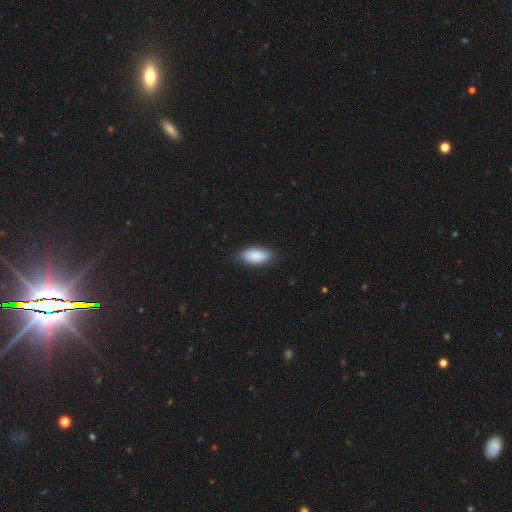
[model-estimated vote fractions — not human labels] A smooth galaxy with no disk features (89%) that is in between round and cigar-shaped (90%).

Vote fractions:
- Smooth or featured? smooth: 89% / star or artifact: 6% / featured or disk: 6%
- How rounded? in between: 90% / cigar-shaped: 8% / round: 2%
- Merging? none: 84% / minor disturbance: 13% / major disturbance: 2% / merger: 1%